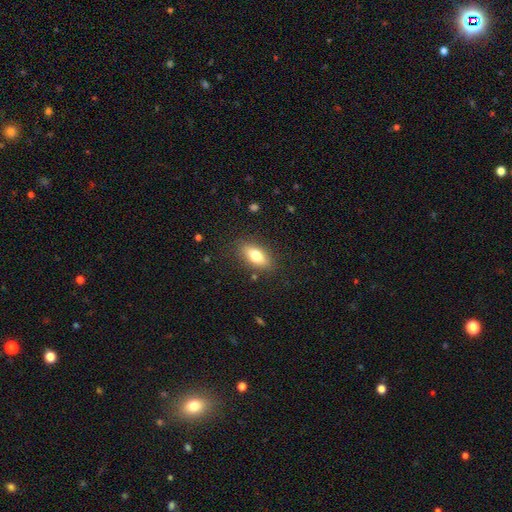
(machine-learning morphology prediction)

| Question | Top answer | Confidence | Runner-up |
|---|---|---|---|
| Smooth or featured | smooth | 72% | featured or disk (20%) |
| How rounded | in between | 80% | cigar-shaped (15%) |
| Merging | none | 85% | minor disturbance (11%) |